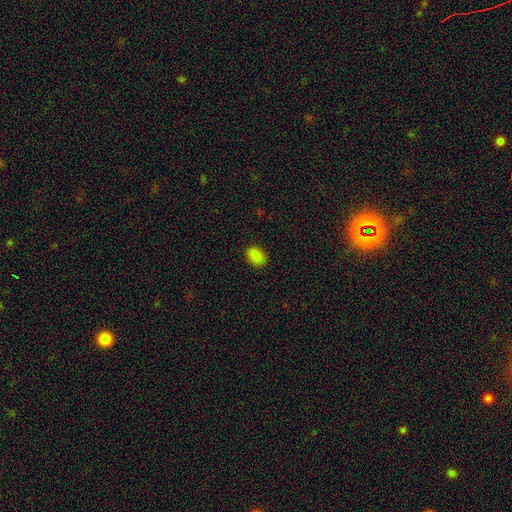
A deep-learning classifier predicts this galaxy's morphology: smooth_or_featured: smooth (p=0.86) [alt: star or artifact p=0.11]
how_rounded: in between (p=0.77) [alt: round p=0.22]
merging: none (p=0.88) [alt: minor disturbance p=0.09]